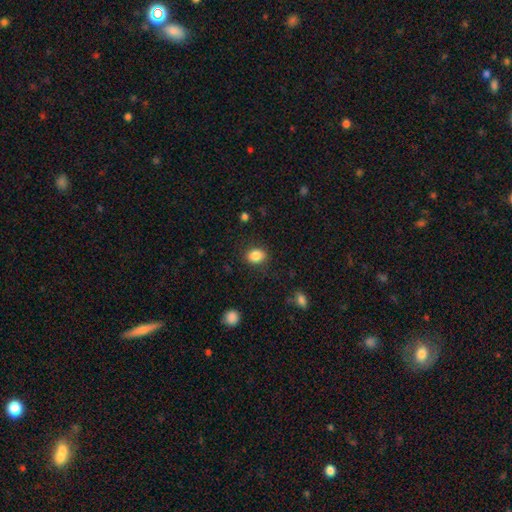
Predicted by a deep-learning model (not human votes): A smooth galaxy with no disk features (86%) that is in between round and cigar-shaped (61%). Merging: none (84%).